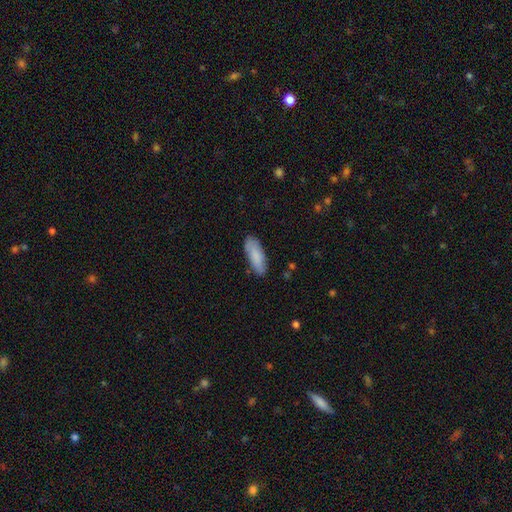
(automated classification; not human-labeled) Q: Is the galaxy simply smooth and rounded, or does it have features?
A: smooth — 84%.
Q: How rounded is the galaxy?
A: in between — 64%.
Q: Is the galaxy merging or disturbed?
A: none — 81%.